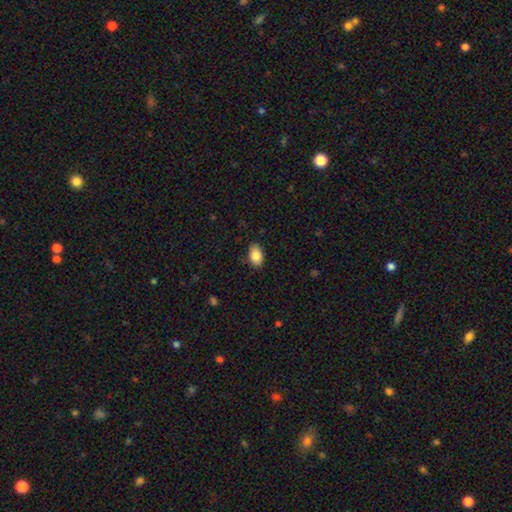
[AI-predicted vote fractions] Smooth or featured? smooth (86%)
How rounded? in between (90%)
Merging? none (85%)